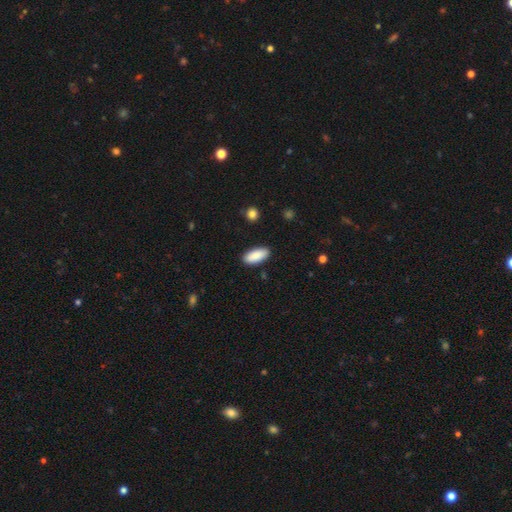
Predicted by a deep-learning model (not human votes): Smooth or featured: smooth — 89% (star or artifact — 6%)
How rounded: in between — 86% (cigar-shaped — 12%)
Merging: none — 88% (minor disturbance — 9%)